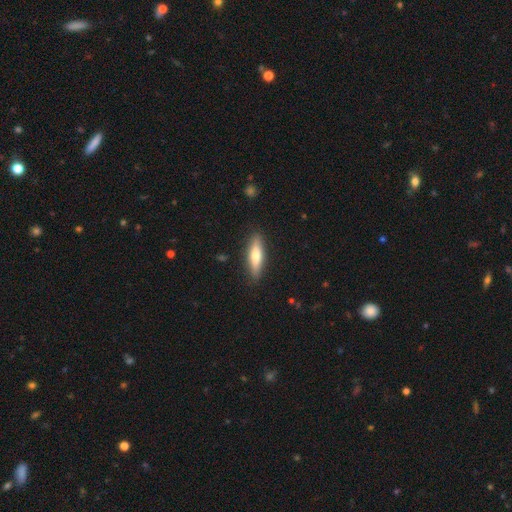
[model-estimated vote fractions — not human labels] Overall: smooth (63%; featured or disk 32%). How rounded: cigar-shaped (65%; in between 33%). Merging: none (88%).